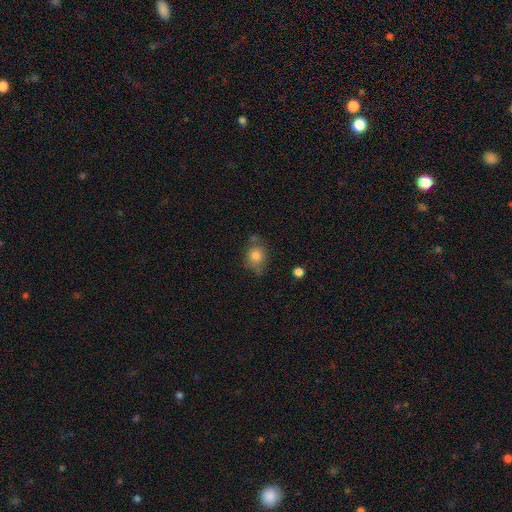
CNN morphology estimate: Smooth or featured? smooth (80%)
How rounded? round (62%)
Merging? none (58%)